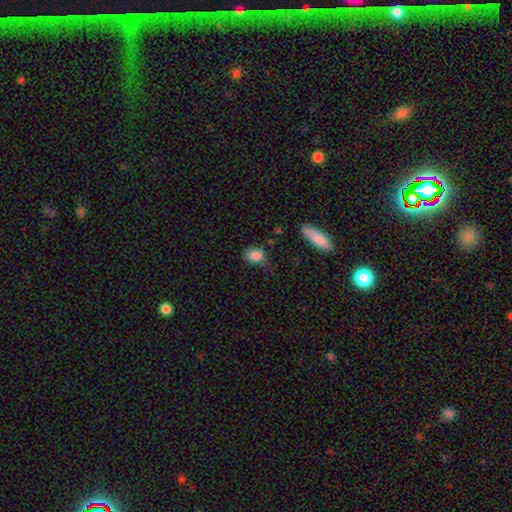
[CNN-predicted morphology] The model was most divided on "merging": none: 54%, minor disturbance: 33%, major disturbance: 9%, merger: 4%. More confident: smooth or featured — smooth (86%); how rounded — in between (68%).